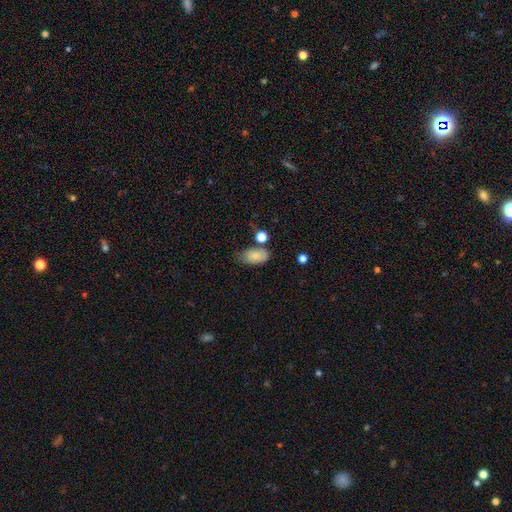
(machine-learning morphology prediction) A smooth galaxy with no disk features (83%) that is in between round and cigar-shaped (91%).

Vote fractions:
- Smooth or featured? smooth: 83% / star or artifact: 8% / featured or disk: 8%
- How rounded? in between: 91% / round: 6% / cigar-shaped: 3%
- Merging? none: 54% / minor disturbance: 27% / merger: 10% / major disturbance: 8%